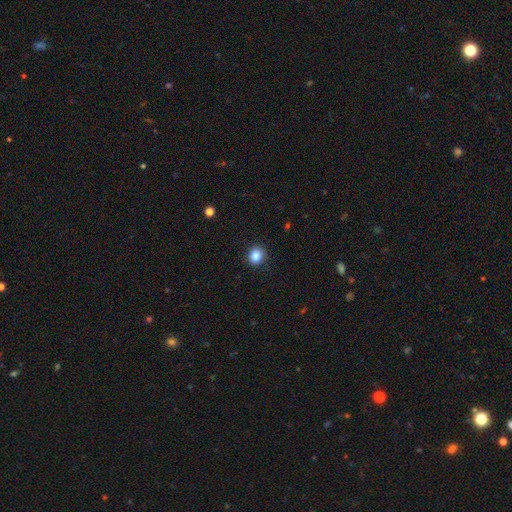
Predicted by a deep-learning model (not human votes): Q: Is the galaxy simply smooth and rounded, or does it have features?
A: smooth — 86%.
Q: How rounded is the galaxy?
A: round — 72%.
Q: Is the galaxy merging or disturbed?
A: none — 90%.